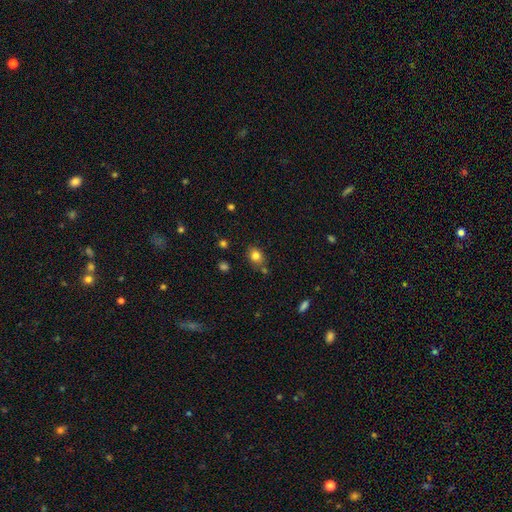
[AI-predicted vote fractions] This appears to be a smooth galaxy with no disk features (81%) that is round (51%). Merging: none (72%).